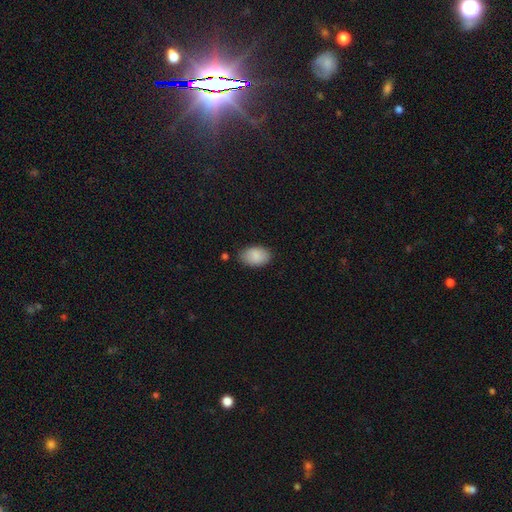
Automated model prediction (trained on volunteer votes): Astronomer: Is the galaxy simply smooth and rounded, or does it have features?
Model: smooth — 87%.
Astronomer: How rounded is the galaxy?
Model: in between — 91%.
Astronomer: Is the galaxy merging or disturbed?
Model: none — 79%.